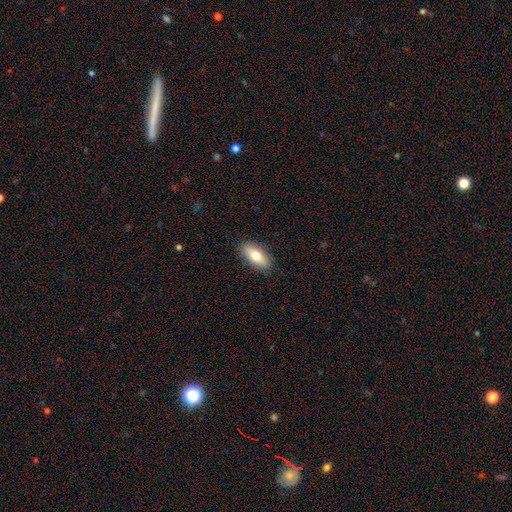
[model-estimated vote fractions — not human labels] Smooth or featured: smooth — 77% (featured or disk — 16%)
How rounded: in between — 85% (cigar-shaped — 12%)
Merging: none — 88% (minor disturbance — 9%)